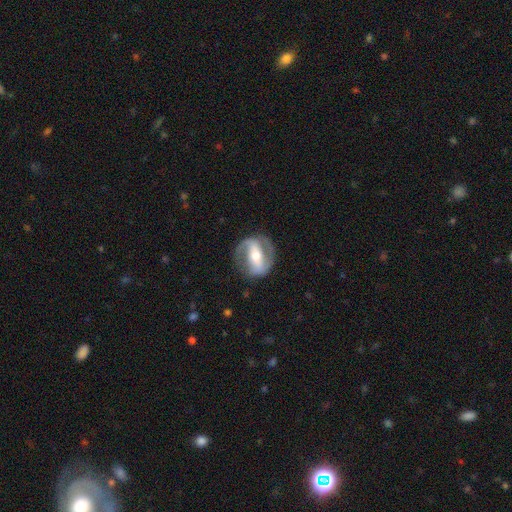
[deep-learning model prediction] Q: Smooth or featured?
A: featured or disk (80%); runner-up: smooth (15%)
Q: Edge-on disk?
A: no (92%); runner-up: yes (8%)
Q: Bar?
A: strong (68%); runner-up: weak (20%)
Q: Spiral arms?
A: yes (75%); runner-up: no (25%)
Q: Spiral winding?
A: medium (44%); runner-up: tight (32%)
Q: Spiral arm count?
A: 2 (85%); runner-up: can't tell (7%)
Q: Bulge size?
A: moderate (64%); runner-up: small (25%)
Q: Merging?
A: none (79%); runner-up: minor disturbance (12%)